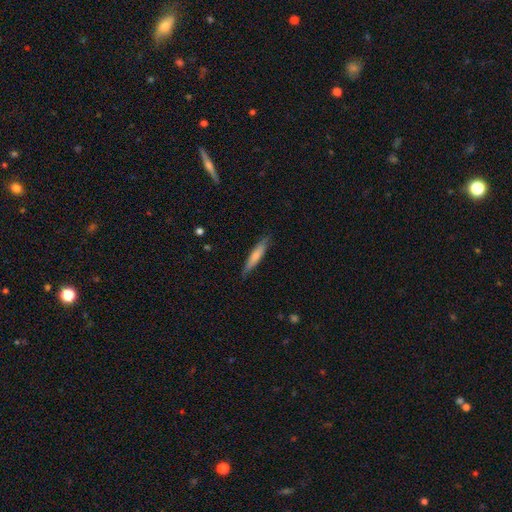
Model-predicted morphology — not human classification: type=smooth (67%); roundness=cigar-shaped (90%); merging=none (86%).